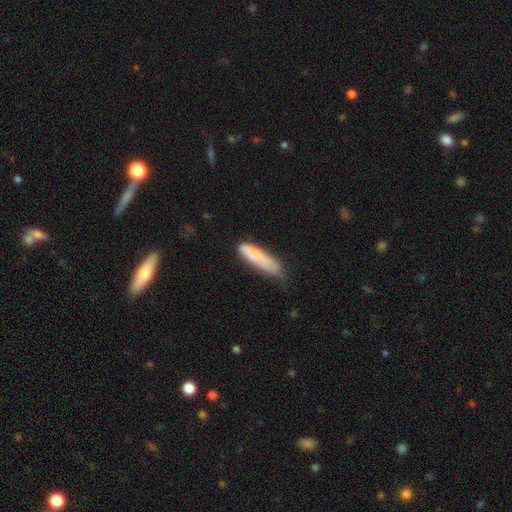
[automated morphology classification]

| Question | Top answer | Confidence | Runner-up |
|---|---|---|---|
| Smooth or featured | smooth | 79% | featured or disk (14%) |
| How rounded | cigar-shaped | 68% | in between (31%) |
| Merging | none | 54% | minor disturbance (34%) |